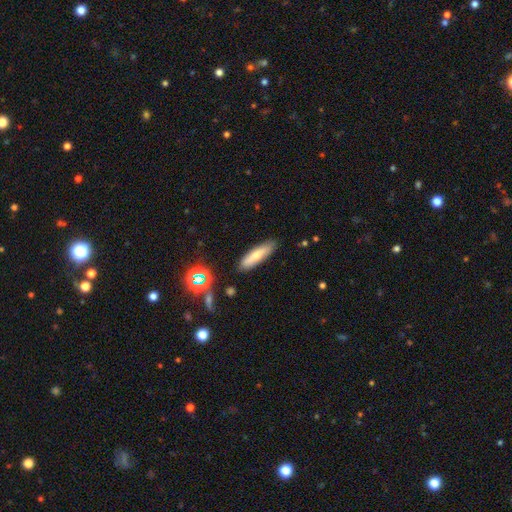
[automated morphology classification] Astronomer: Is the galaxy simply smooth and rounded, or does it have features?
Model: smooth — 64%.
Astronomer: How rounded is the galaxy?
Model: cigar-shaped — 67%.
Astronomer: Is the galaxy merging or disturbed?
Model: none — 84%.